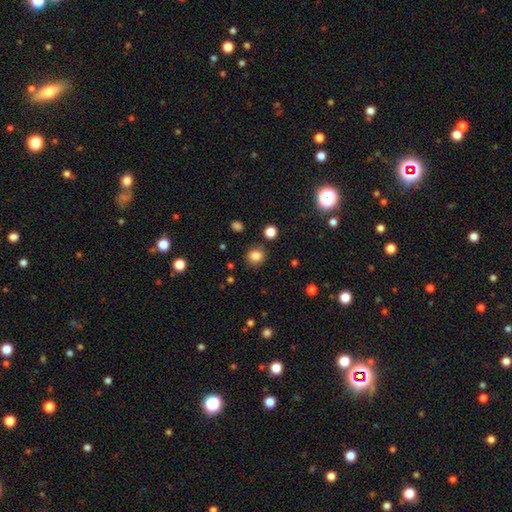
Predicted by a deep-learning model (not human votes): smooth_or_featured: smooth (p=0.82) [alt: star or artifact p=0.12]
how_rounded: round (p=0.86) [alt: in between p=0.13]
merging: none (p=0.87) [alt: minor disturbance p=0.08]